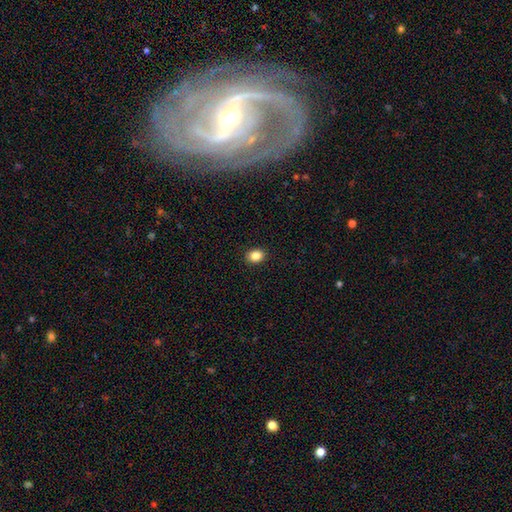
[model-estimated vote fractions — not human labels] Morphology: type=smooth (86%); roundness=in between (57%); merging=none (91%).